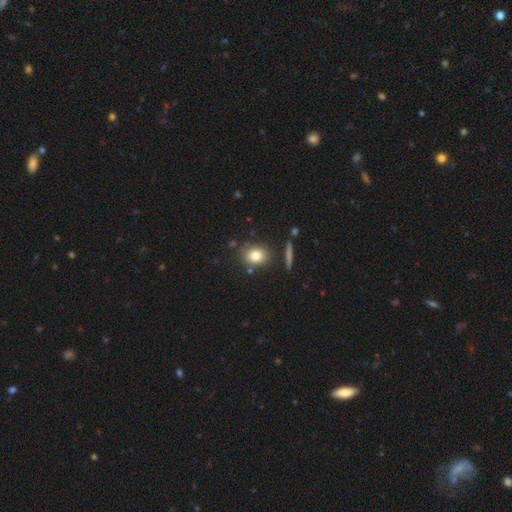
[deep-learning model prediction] Q: Smooth or featured?
A: smooth (78%); runner-up: featured or disk (11%)
Q: How rounded?
A: round (61%); runner-up: in between (37%)
Q: Merging?
A: none (79%); runner-up: minor disturbance (11%)